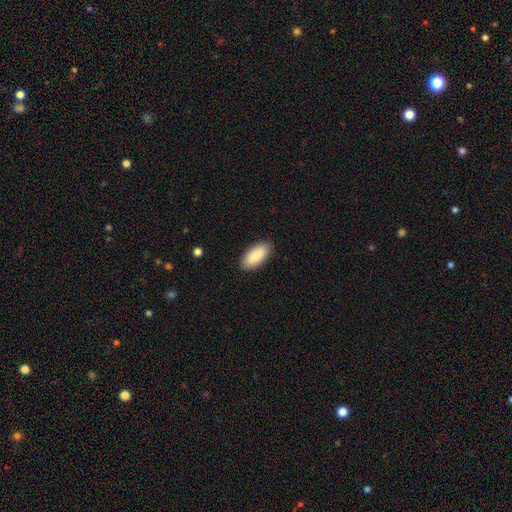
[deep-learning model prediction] This is clearly a smooth galaxy (86%). How rounded: clearly in between (90%). Merging: clearly none (89%).